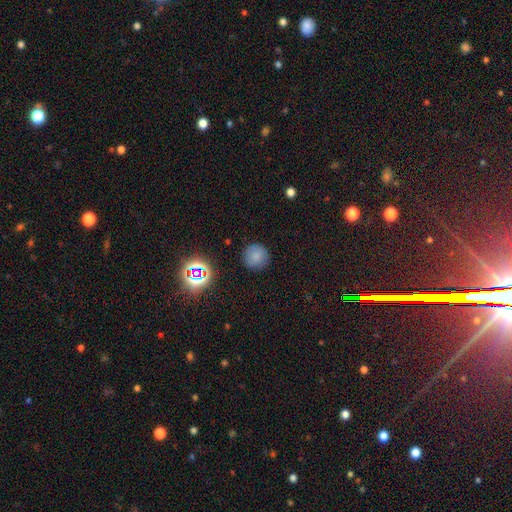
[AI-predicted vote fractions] The model was most divided on "smooth or featured": smooth: 76%, star or artifact: 16%, featured or disk: 8%. More confident: how rounded — round (94%); merging — none (87%).